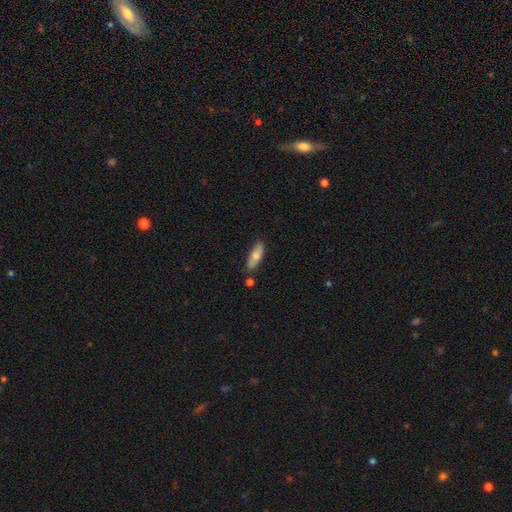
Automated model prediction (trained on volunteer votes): smooth 70%, featured or disk 24%, star or artifact 7%. Down the decision tree: how rounded — in between (56%); merging — none (78%).